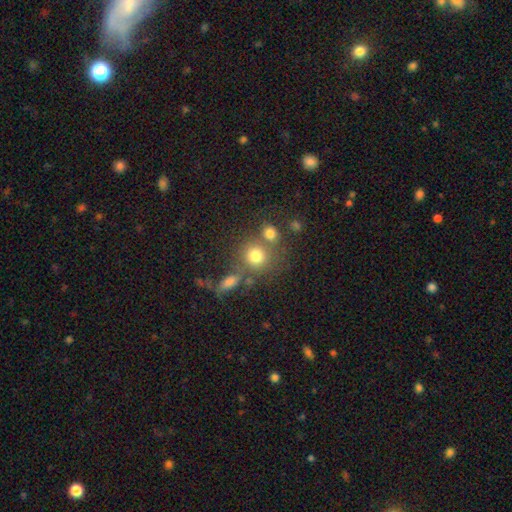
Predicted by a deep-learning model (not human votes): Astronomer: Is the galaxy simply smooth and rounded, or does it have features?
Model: smooth — 76%.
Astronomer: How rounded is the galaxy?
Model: round — 85%.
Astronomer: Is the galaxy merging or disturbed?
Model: none — 57%.